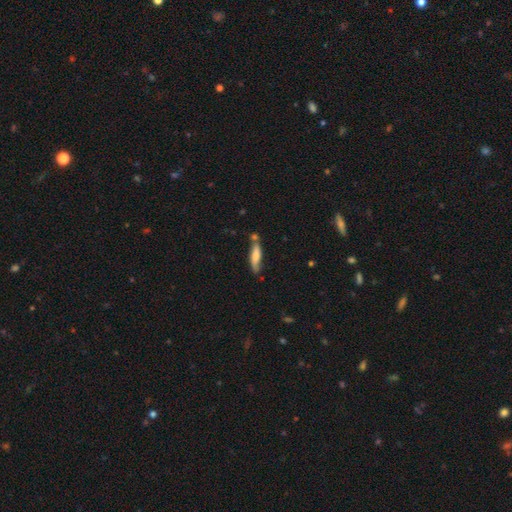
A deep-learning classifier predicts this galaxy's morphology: smooth-or-featured: smooth: 66% | featured or disk: 27% | star or artifact: 6%
  how-rounded: cigar-shaped: 75% | in between: 23% | round: 2%
  merging: none: 62% | minor disturbance: 20% | merger: 13% | major disturbance: 4%